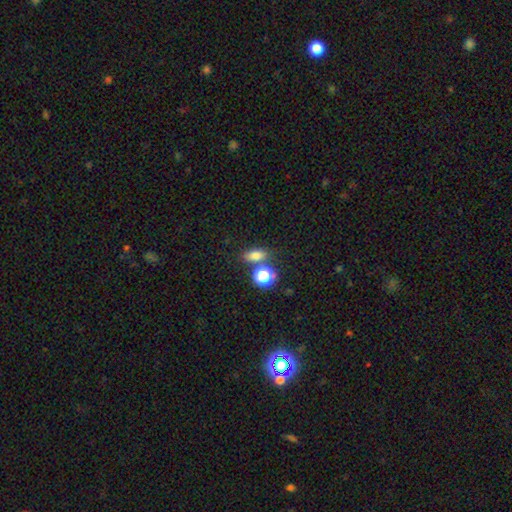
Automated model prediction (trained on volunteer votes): This appears to be a smooth galaxy with no disk features (74%) that is in between round and cigar-shaped (68%). Merging: none (70%).